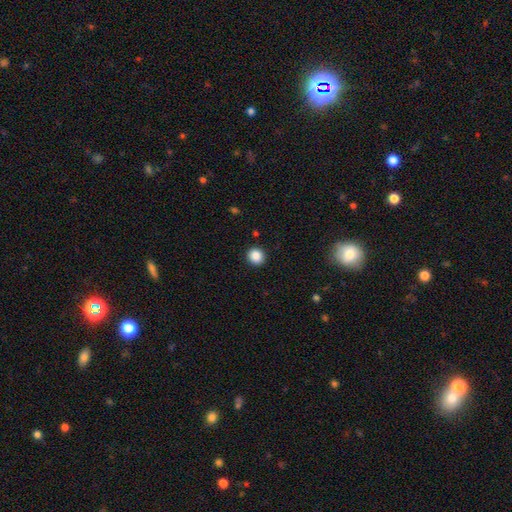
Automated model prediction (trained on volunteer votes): The model was most divided on "how rounded": round: 87%, in between: 12%, cigar-shaped: 1%. More confident: merging — none (91%); smooth or featured — smooth (87%).